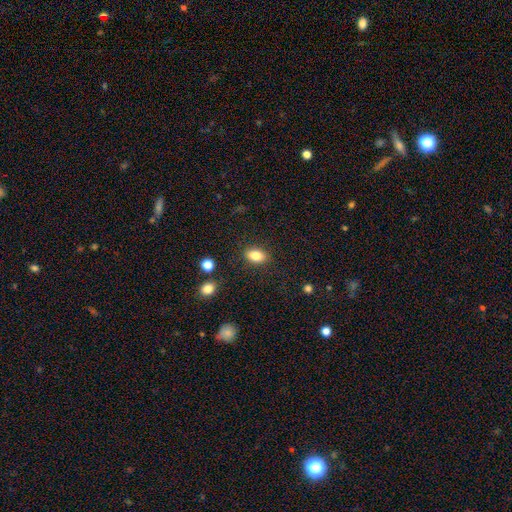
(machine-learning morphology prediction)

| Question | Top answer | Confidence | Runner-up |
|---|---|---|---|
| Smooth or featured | smooth | 83% | star or artifact (9%) |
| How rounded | in between | 85% | round (13%) |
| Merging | none | 87% | minor disturbance (9%) |